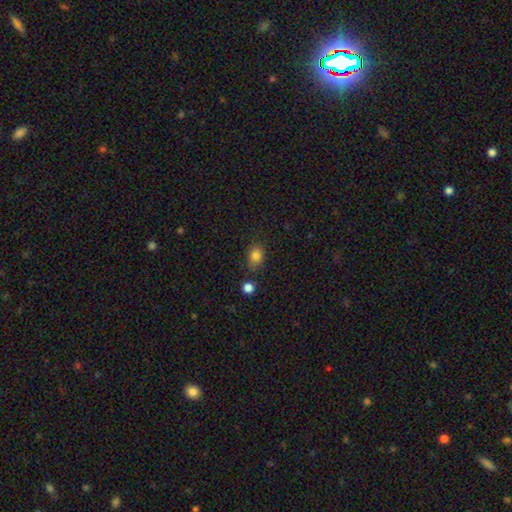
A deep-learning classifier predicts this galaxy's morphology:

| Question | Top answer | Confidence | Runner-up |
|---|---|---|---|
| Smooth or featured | smooth | 83% | star or artifact (11%) |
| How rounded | in between | 65% | round (34%) |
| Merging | none | 76% | minor disturbance (15%) |